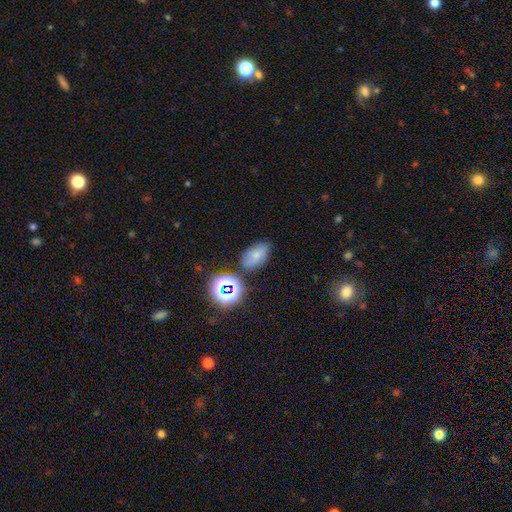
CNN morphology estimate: Smooth or featured?
  - smooth: 63% *
  - star or artifact: 20%
  - featured or disk: 17%
How rounded?
  - in between: 83% *
  - round: 15%
  - cigar-shaped: 2%
Merging?
  - none: 62% *
  - minor disturbance: 22%
  - merger: 8%
  - major disturbance: 7%